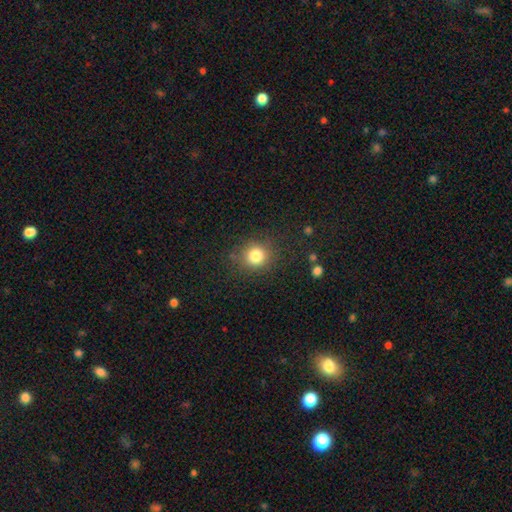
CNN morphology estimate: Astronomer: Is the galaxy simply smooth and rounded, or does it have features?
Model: smooth — 82%.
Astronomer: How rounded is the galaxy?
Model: round — 86%.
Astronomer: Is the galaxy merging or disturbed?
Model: none — 83%.